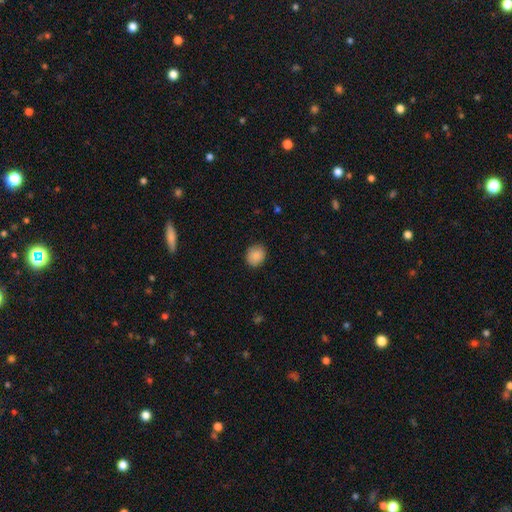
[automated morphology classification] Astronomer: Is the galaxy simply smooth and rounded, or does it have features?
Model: smooth — 88%.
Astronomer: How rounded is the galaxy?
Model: round — 69%.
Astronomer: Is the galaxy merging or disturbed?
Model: none — 85%.